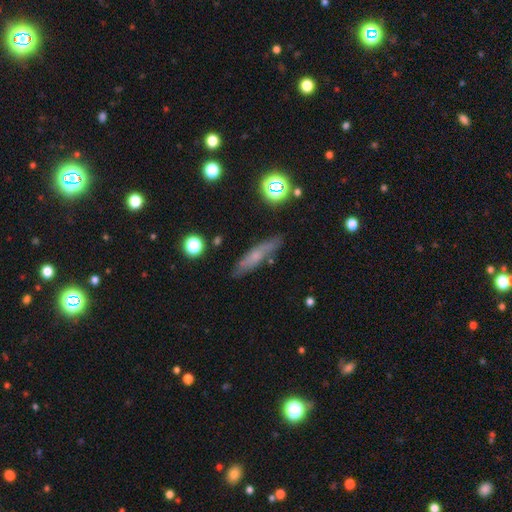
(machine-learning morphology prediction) A smooth galaxy with no disk features (52%) that is cigar-shaped (79%). Merging: none (79%).